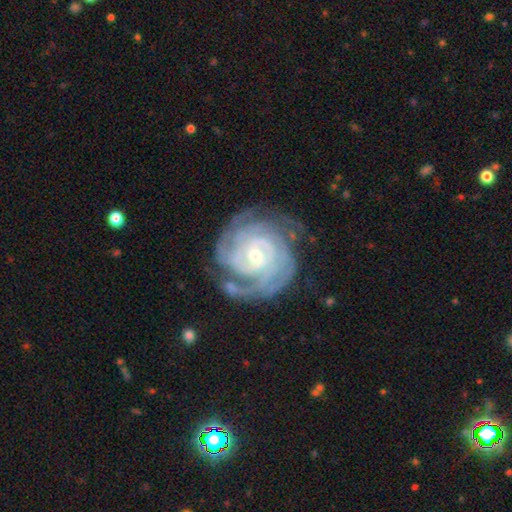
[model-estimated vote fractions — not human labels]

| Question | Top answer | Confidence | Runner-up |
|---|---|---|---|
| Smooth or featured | featured or disk | 91% | smooth (5%) |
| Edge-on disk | no | 98% | yes (2%) |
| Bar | no | 60% | weak (31%) |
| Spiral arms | yes | 98% | no (2%) |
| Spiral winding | tight | 80% | medium (18%) |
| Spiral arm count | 3 | 25% | can't tell (22%) |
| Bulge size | small | 62% | moderate (35%) |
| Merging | none | 70% | minor disturbance (19%) |